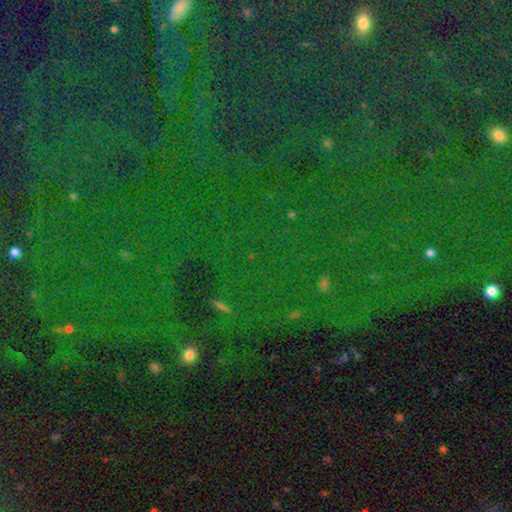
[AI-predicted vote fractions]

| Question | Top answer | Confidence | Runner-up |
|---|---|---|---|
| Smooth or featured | star or artifact | 82% | smooth (10%) |